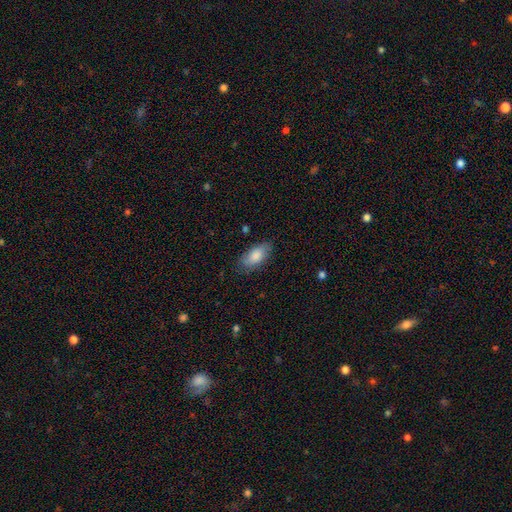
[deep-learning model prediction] The model was most divided on "merging": none: 78%, minor disturbance: 17%, major disturbance: 4%, merger: 1%. More confident: how rounded — in between (91%); smooth or featured — smooth (84%).